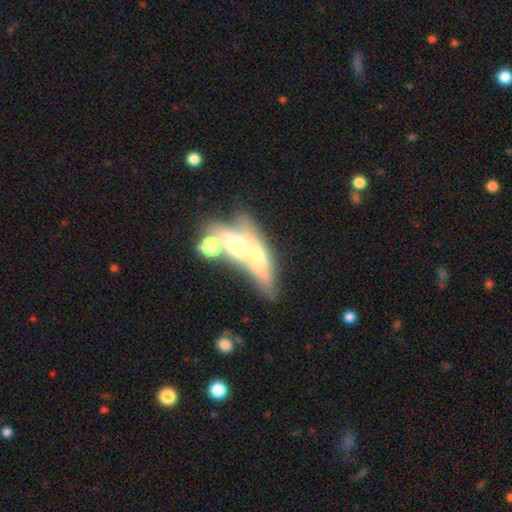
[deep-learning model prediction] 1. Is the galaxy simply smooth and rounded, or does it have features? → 47% featured or disk, 41% smooth, 12% star or artifact.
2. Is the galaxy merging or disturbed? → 52% merger, 27% none, 11% minor disturbance, 10% major disturbance.